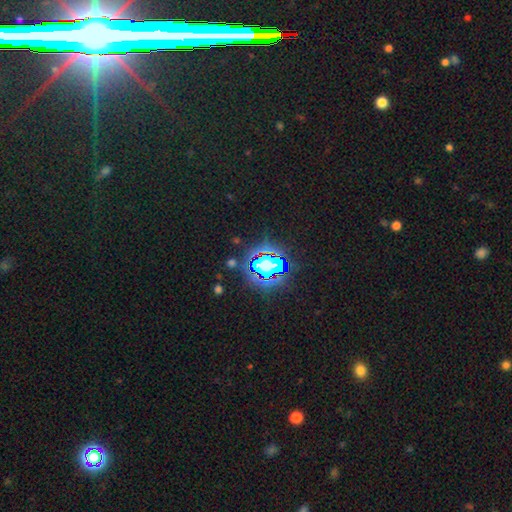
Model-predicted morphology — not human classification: type=star or artifact (81%).